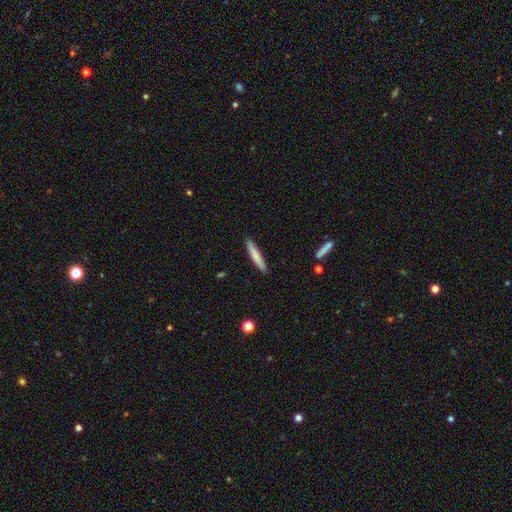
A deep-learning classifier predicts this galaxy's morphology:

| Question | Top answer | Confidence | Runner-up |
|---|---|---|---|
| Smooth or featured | smooth | 76% | featured or disk (18%) |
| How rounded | cigar-shaped | 92% | in between (6%) |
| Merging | none | 89% | minor disturbance (8%) |